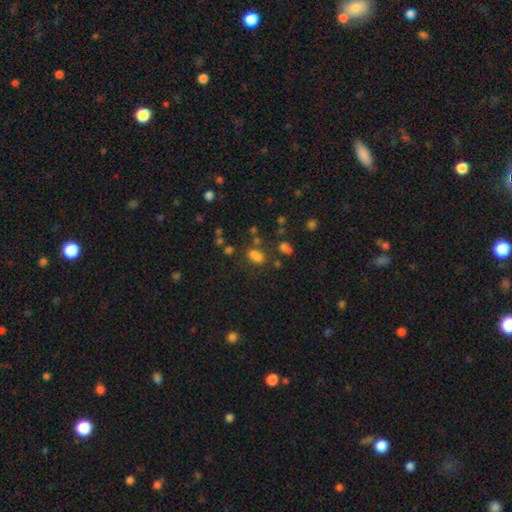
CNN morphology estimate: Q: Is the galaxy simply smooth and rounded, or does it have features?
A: smooth — 72%.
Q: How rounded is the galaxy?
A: in between — 79%.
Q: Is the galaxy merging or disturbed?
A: none — 58%.